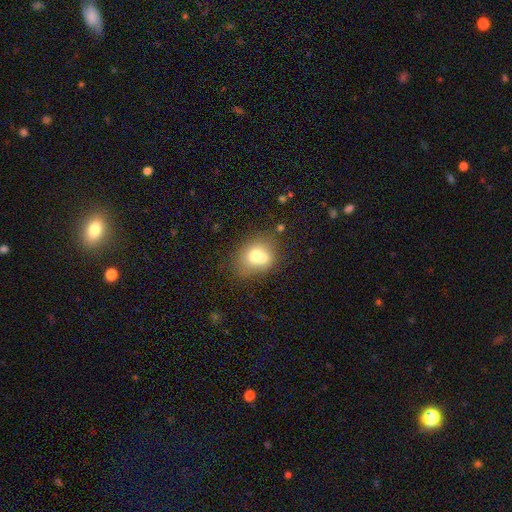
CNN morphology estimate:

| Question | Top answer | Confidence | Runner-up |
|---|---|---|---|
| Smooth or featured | smooth | 66% | featured or disk (23%) |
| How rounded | round | 58% | in between (41%) |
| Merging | merger | 47% | none (37%) |